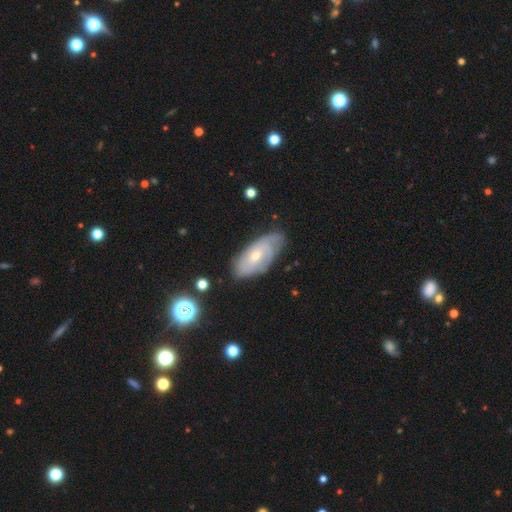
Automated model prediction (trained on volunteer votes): The model was most divided on "bulge size": small: 54%, moderate: 42%, large: 1%, none: 1%, dominant: 1%. More confident: edge-on disk — no (89%); spiral arms — yes (82%); bar — no (68%); merging — none (68%); smooth or featured — featured or disk (66%).